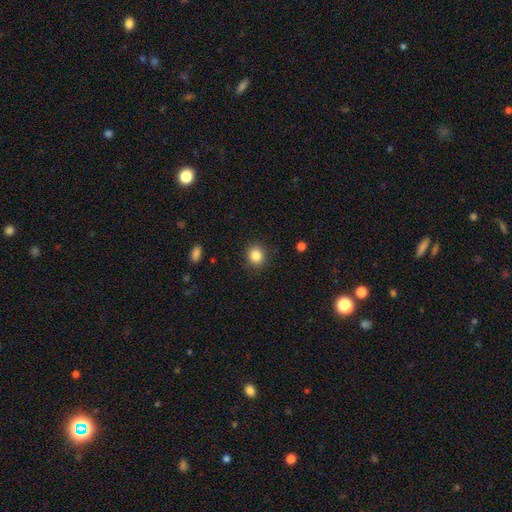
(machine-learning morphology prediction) Smooth or featured? smooth (85%)
How rounded? round (80%)
Merging? none (88%)